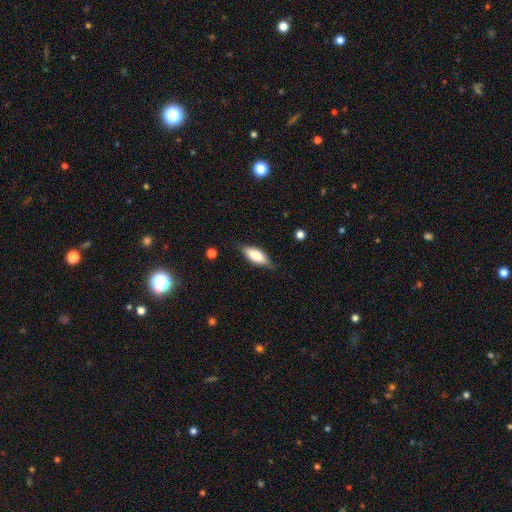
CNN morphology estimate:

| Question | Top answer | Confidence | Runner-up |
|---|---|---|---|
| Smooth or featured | smooth | 73% | featured or disk (20%) |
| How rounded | in between | 76% | cigar-shaped (22%) |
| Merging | none | 78% | minor disturbance (17%) |